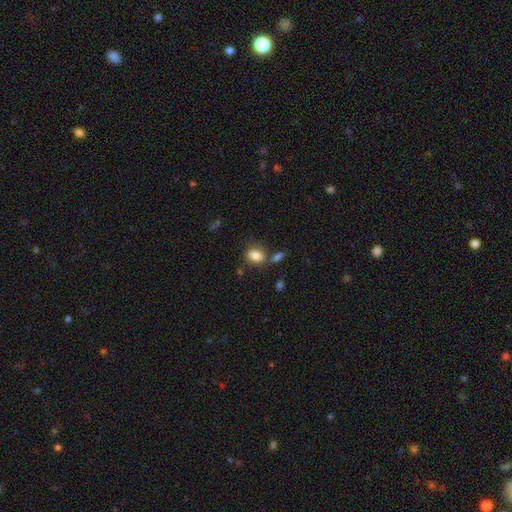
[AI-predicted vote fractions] Overall: smooth (84%). How rounded: in between (69%). Merging: none (66%).